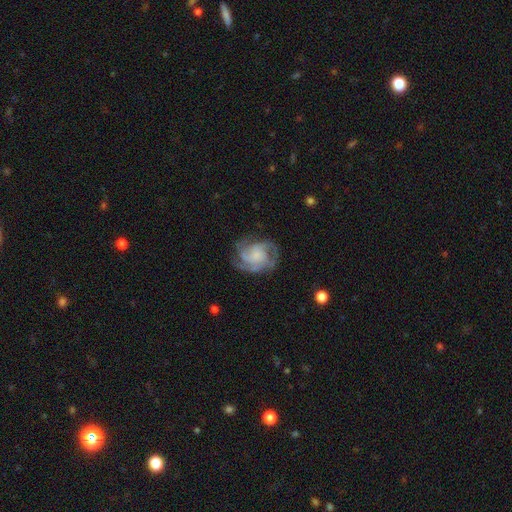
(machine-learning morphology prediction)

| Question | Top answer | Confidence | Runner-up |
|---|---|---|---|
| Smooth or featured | featured or disk | 79% | smooth (14%) |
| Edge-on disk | no | 98% | yes (2%) |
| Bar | no | 73% | weak (23%) |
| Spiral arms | yes | 95% | no (5%) |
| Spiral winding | medium | 45% | tight (43%) |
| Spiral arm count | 3 | 44% | can't tell (17%) |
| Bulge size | none | 35% | small (26%) |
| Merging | none | 66% | minor disturbance (19%) |